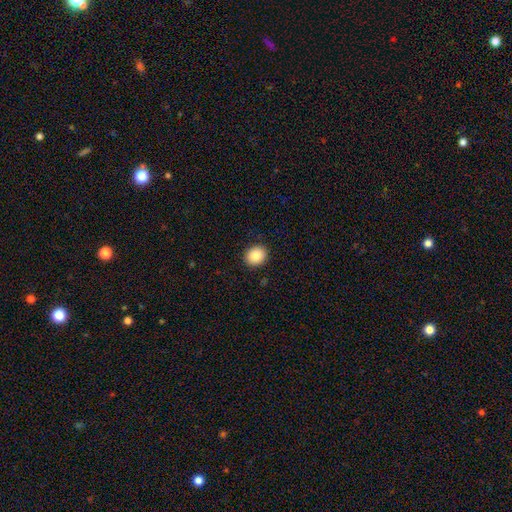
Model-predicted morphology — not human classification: Smooth or featured?
  - smooth: 88% *
  - star or artifact: 8%
  - featured or disk: 4%
How rounded?
  - round: 63% *
  - in between: 36%
  - cigar-shaped: 1%
Merging?
  - none: 91% *
  - minor disturbance: 6%
  - major disturbance: 2%
  - merger: 1%